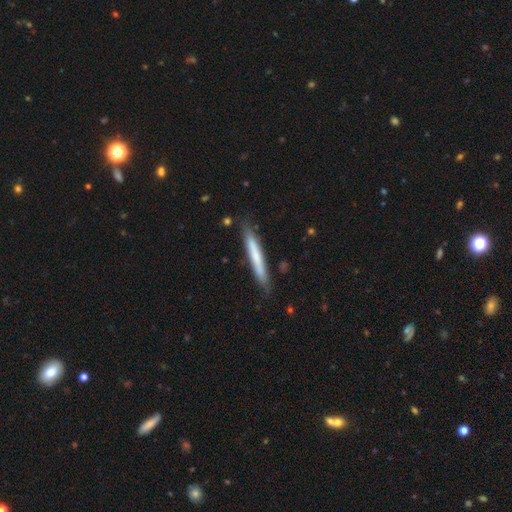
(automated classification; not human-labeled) Morphology: type=smooth (62%); roundness=cigar-shaped (96%); merging=none (83%).